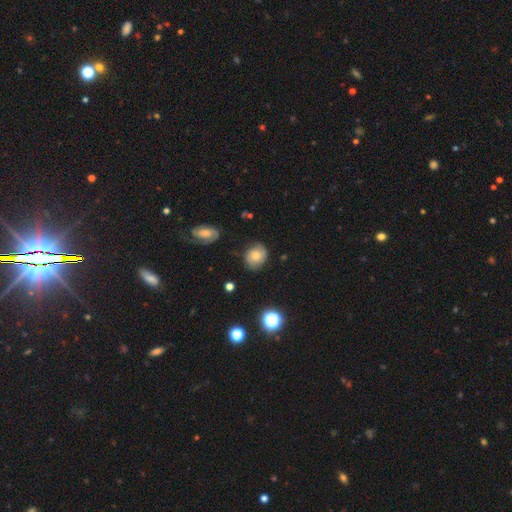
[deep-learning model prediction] Smooth or featured? Predicted: smooth (p=0.58). How rounded? Predicted: round (p=0.63). Merging? Predicted: none (p=0.76).